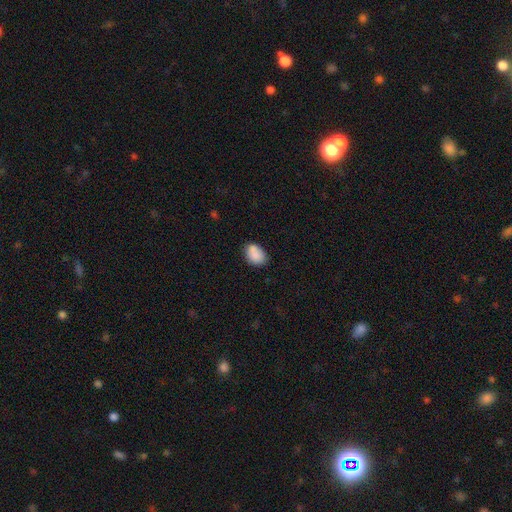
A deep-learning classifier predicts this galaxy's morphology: Smooth or featured? Predicted: smooth (p=0.87). How rounded? Predicted: in between (p=0.78). Merging? Predicted: none (p=0.69).